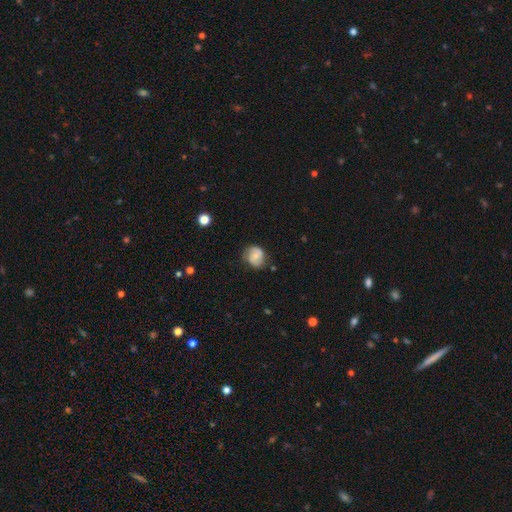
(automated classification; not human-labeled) smooth-or-featured: featured or disk: 49% | smooth: 43% | star or artifact: 8%
  merging: none: 67% | minor disturbance: 24% | major disturbance: 7% | merger: 2%